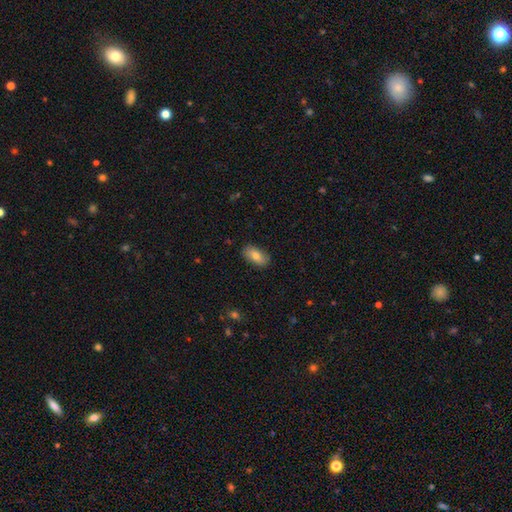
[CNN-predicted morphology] smooth-or-featured: smooth: 78% | featured or disk: 15% | star or artifact: 7%
  how-rounded: in between: 91% | cigar-shaped: 6% | round: 4%
  merging: none: 86% | minor disturbance: 11% | major disturbance: 2% | merger: 1%